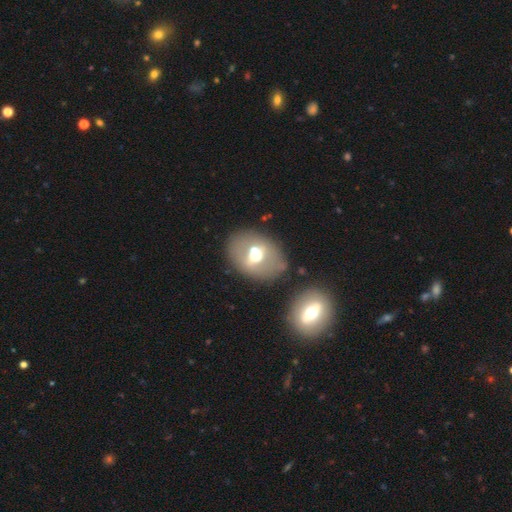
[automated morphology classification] type=featured or disk (45%, tied with smooth); merging=none (57%).